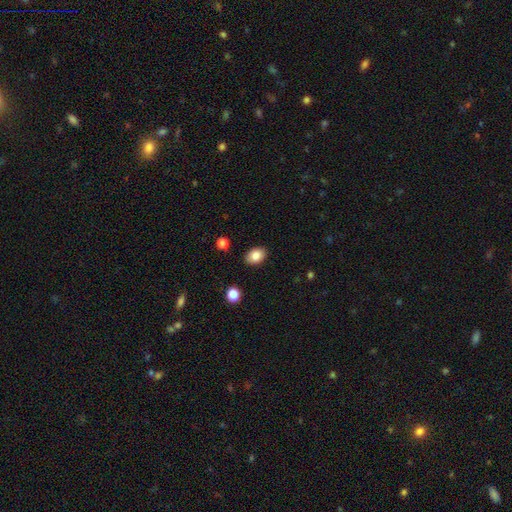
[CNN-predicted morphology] type=smooth (85%); roundness=in between (79%); merging=none (87%).